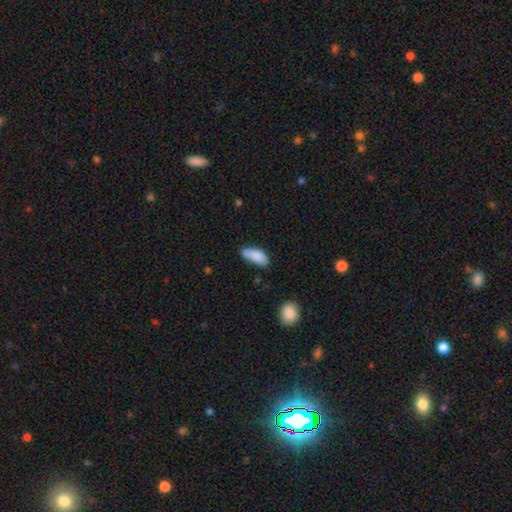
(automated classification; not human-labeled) Overall: smooth (85%). How rounded: in between (84%). Merging: none (54%; minor disturbance 32%).